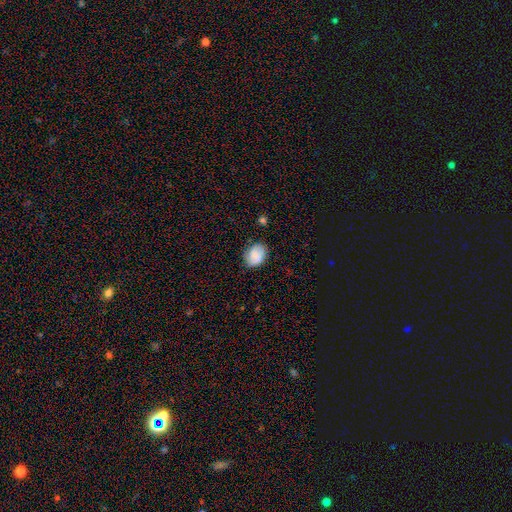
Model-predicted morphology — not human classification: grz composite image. It shows a smooth galaxy with no disk features (73%) that is in between round and cigar-shaped (54%). Merging: none (72%).